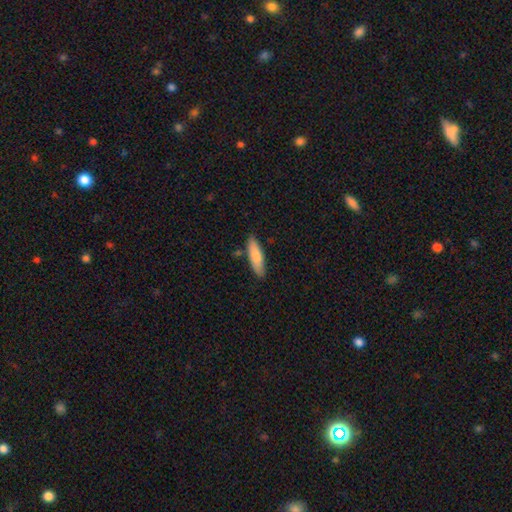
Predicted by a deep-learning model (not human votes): A smooth galaxy with no disk features (79%) that is cigar-shaped (57%). Merging: none (82%).